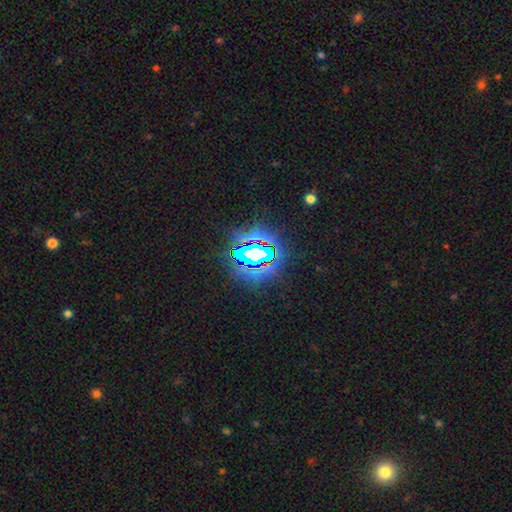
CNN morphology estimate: Overall: star or artifact (75%).